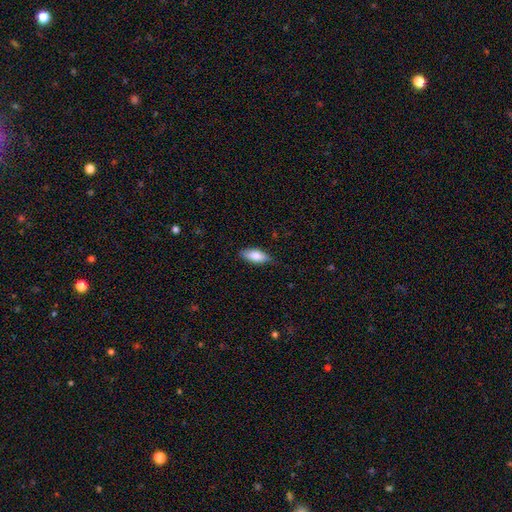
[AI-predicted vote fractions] Q: Smooth or featured?
A: smooth (81%); runner-up: featured or disk (13%)
Q: How rounded?
A: in between (81%); runner-up: cigar-shaped (16%)
Q: Merging?
A: none (80%); runner-up: minor disturbance (17%)